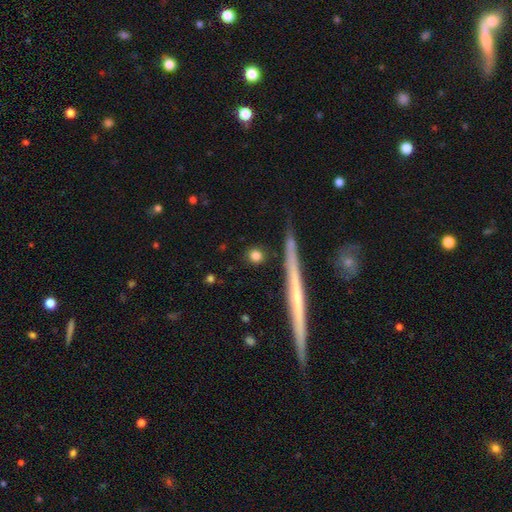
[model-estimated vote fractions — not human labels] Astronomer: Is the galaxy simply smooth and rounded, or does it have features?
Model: smooth — 79%.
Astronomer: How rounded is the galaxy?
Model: round — 82%.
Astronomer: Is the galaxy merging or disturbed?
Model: none — 87%.